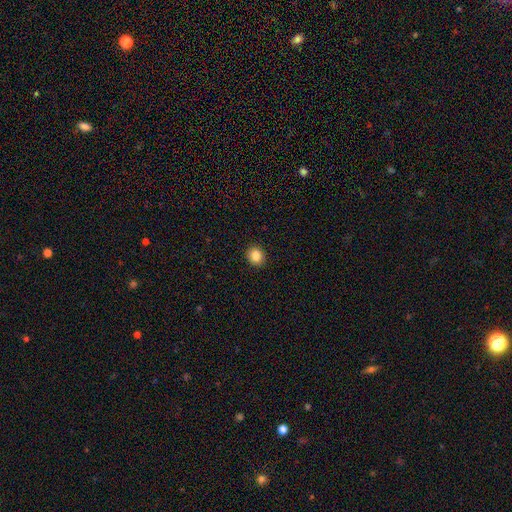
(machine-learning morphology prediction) A smooth galaxy with no disk features (85%) that is round (76%).

Vote fractions:
- Smooth or featured? smooth: 85% / star or artifact: 10% / featured or disk: 5%
- How rounded? round: 76% / in between: 23% / cigar-shaped: 1%
- Merging? none: 92% / minor disturbance: 6% / major disturbance: 2% / merger: 1%